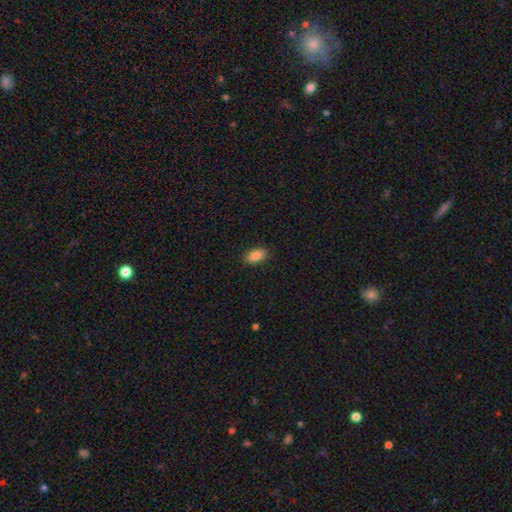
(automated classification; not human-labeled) This appears to be a smooth galaxy with no disk features (87%) that is in between round and cigar-shaped (91%). Merging: none (89%).